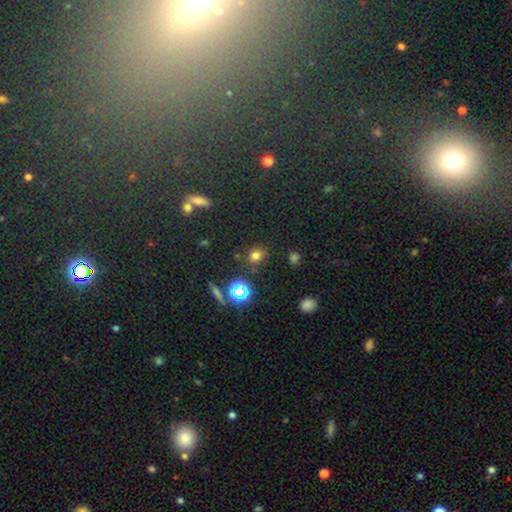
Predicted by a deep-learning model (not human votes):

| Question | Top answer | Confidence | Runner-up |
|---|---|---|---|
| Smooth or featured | smooth | 66% | star or artifact (26%) |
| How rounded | round | 63% | in between (35%) |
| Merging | none | 80% | minor disturbance (12%) |